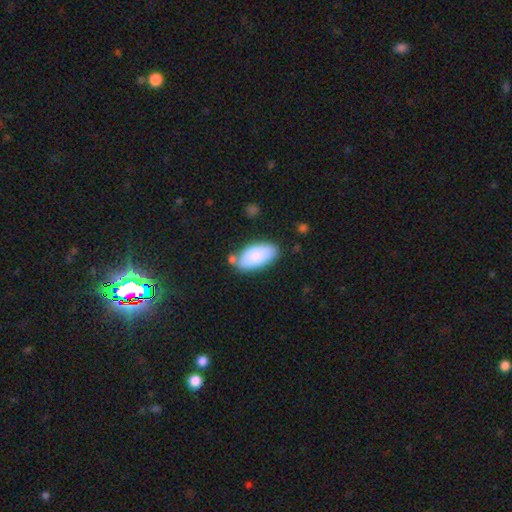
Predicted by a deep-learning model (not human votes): Morphology: type=smooth (85%); roundness=in between (92%); merging=none (67%).